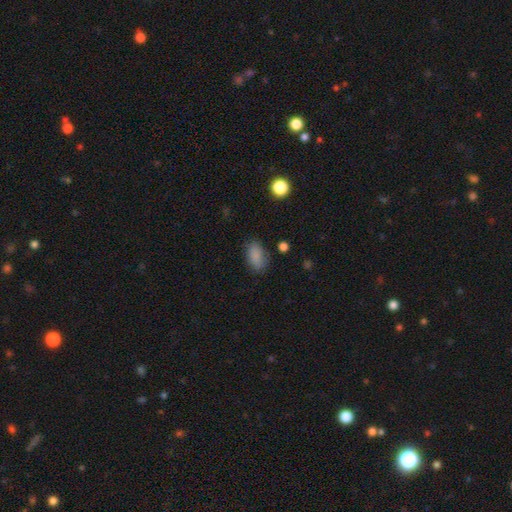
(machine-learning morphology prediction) Smooth or featured: smooth — 85% (star or artifact — 10%)
How rounded: in between — 90% (round — 6%)
Merging: none — 78% (minor disturbance — 16%)